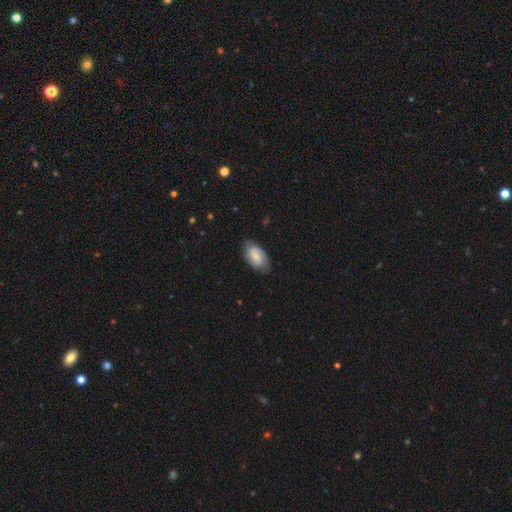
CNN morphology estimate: This appears to be a smooth galaxy with no disk features (58%) that is in between round and cigar-shaped (93%). Merging: none (75%).